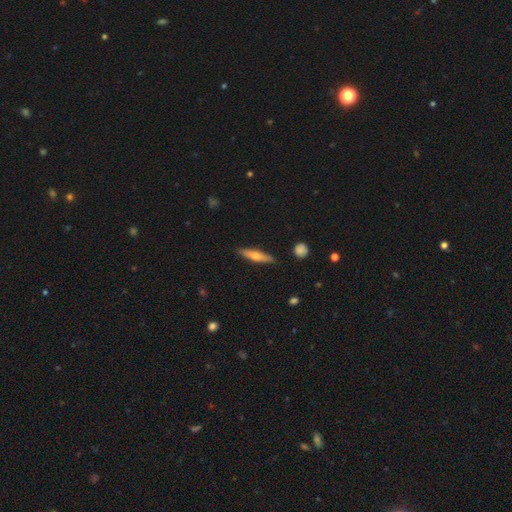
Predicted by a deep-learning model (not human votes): This is possibly a smooth galaxy (50%). How rounded: clearly cigar-shaped (81%). Merging: clearly none (88%).